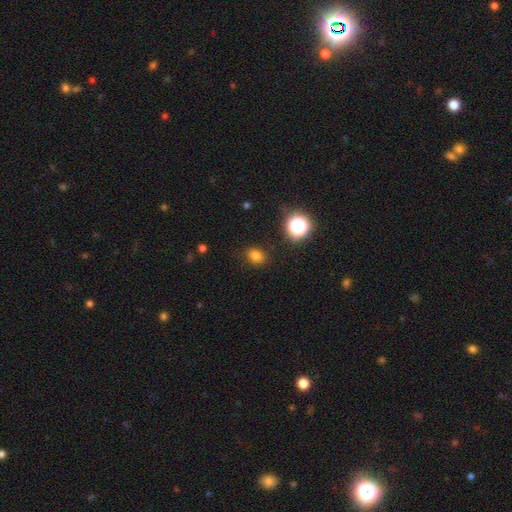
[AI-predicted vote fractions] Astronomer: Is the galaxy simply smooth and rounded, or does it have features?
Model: smooth — 78%.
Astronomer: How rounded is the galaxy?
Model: round — 60% (runner-up: in between, 39%).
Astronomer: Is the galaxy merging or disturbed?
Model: none — 86%.